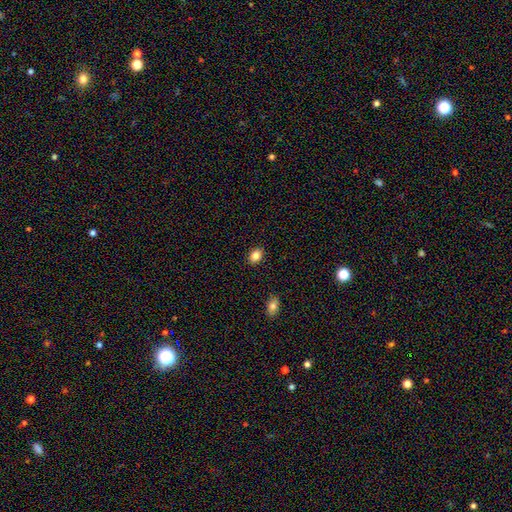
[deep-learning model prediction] Q: Smooth or featured?
A: smooth (84%); runner-up: star or artifact (9%)
Q: How rounded?
A: in between (71%); runner-up: round (28%)
Q: Merging?
A: none (90%); runner-up: minor disturbance (7%)